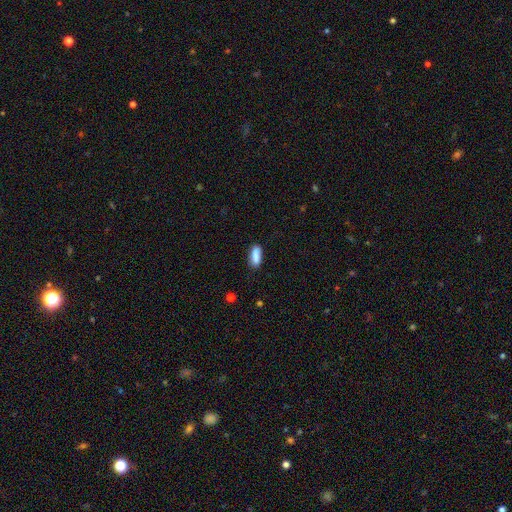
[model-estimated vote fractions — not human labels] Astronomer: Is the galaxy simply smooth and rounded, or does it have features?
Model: smooth — 88%.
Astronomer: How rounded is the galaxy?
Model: in between — 70%.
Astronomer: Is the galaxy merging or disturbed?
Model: none — 80%.